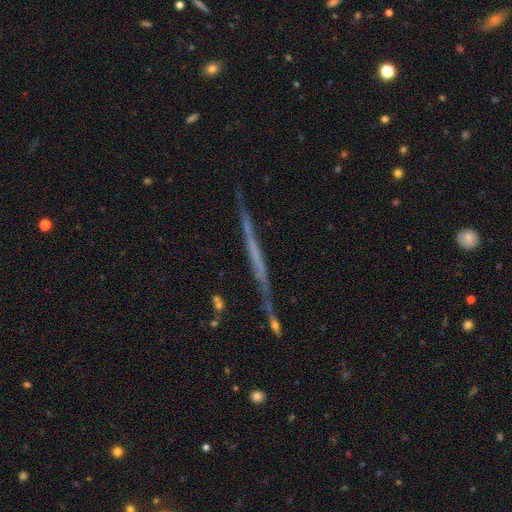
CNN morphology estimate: This is likely a featured or disk galaxy (64%). It is clearly viewed edge-on (95%). Edge-on bulge: clearly none (87%). Merging: likely none (77%).